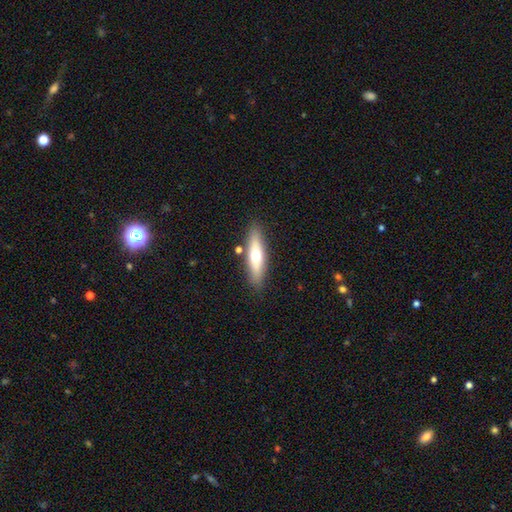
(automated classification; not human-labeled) Smooth or featured: smooth — 53% (featured or disk — 41%)
How rounded: cigar-shaped — 66% (in between — 32%)
Merging: none — 84% (minor disturbance — 10%)